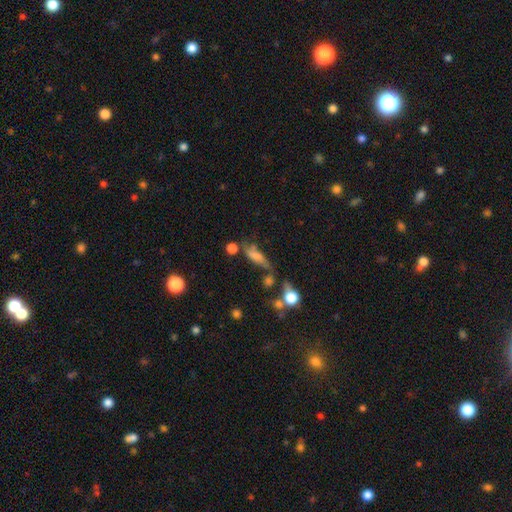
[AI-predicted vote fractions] Smooth or featured: smooth — 59% (featured or disk — 28%)
How rounded: in between — 51% (cigar-shaped — 42%)
Merging: none — 37% (minor disturbance — 23%)